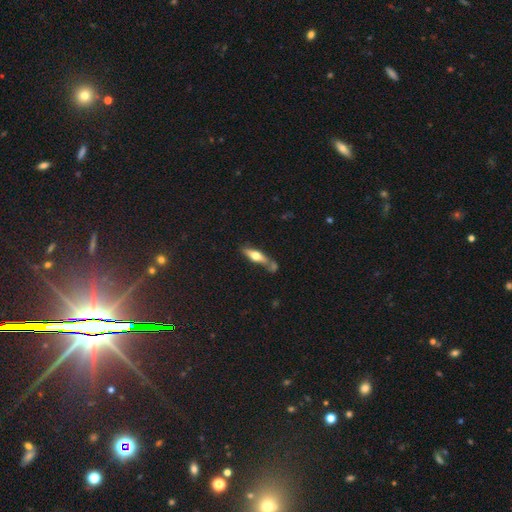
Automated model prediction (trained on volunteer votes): This appears to be a featured or disk galaxy (47%). Merging: none (57%).